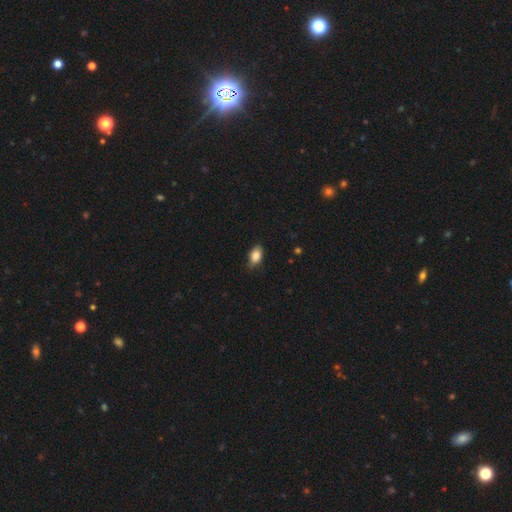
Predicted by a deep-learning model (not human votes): Overall: smooth (85%). How rounded: in between (89%). Merging: none (76%).